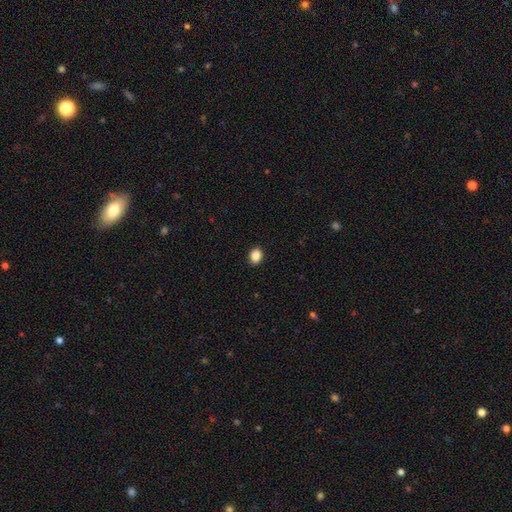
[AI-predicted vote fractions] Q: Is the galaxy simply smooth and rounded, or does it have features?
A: smooth — 87%.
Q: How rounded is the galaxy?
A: in between — 50%.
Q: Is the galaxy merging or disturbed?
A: none — 92%.